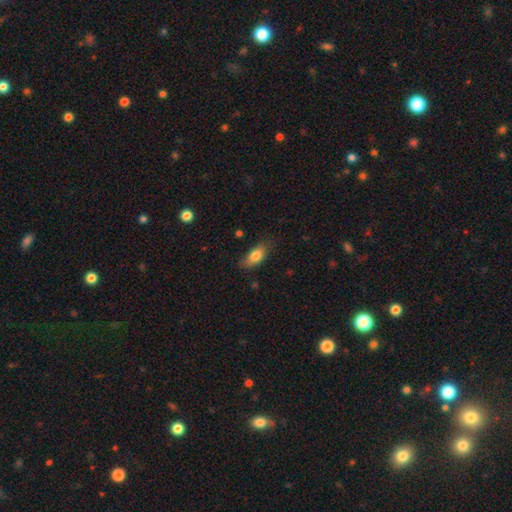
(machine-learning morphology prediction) A smooth galaxy with no disk features (80%) that is in between round and cigar-shaped (84%).

Vote fractions:
- Smooth or featured? smooth: 80% / featured or disk: 13% / star or artifact: 7%
- How rounded? in between: 84% / cigar-shaped: 11% / round: 5%
- Merging? none: 73% / minor disturbance: 21% / major disturbance: 5% / merger: 1%